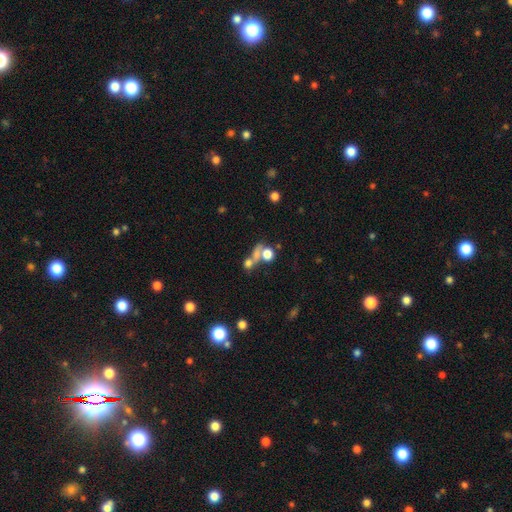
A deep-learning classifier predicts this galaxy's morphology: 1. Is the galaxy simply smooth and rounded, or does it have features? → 47% smooth, 32% star or artifact, 21% featured or disk.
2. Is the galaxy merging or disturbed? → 42% merger, 41% none, 9% minor disturbance, 9% major disturbance.